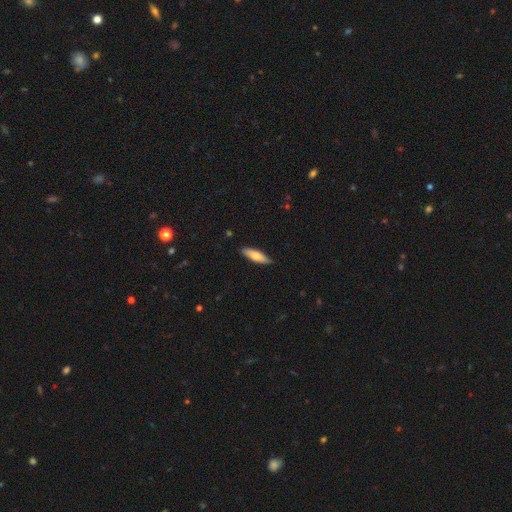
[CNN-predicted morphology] type=smooth (68%); roundness=cigar-shaped (55%); merging=none (87%).